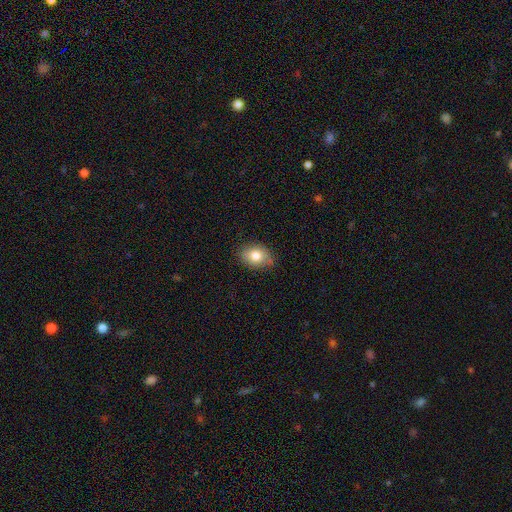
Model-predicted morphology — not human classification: smooth_or_featured: smooth (p=0.79) [alt: featured or disk p=0.11]
how_rounded: in between (p=0.70) [alt: round p=0.29]
merging: none (p=0.79) [alt: minor disturbance p=0.17]